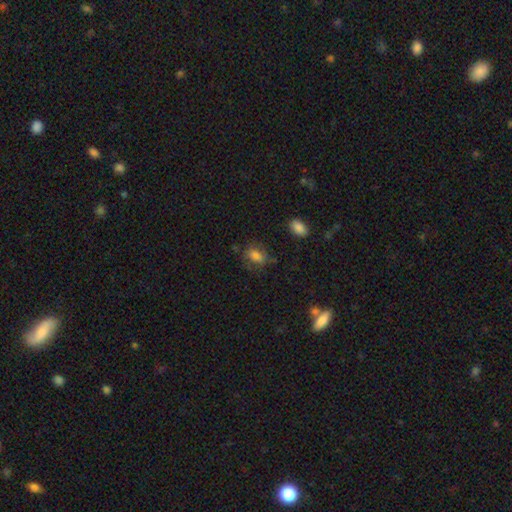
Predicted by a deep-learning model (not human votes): Smooth or featured: smooth — 74% (featured or disk — 16%)
How rounded: in between — 77% (round — 20%)
Merging: none — 61% (minor disturbance — 23%)